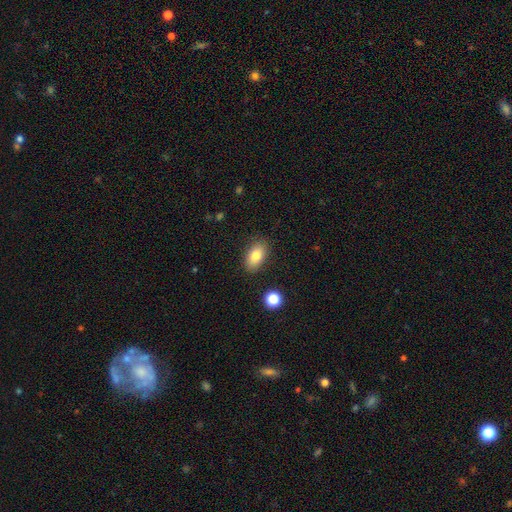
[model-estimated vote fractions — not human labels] A smooth galaxy with no disk features (82%) that is in between round and cigar-shaped (90%).

Vote fractions:
- Smooth or featured? smooth: 82% / featured or disk: 10% / star or artifact: 8%
- How rounded? in between: 90% / round: 7% / cigar-shaped: 3%
- Merging? none: 85% / minor disturbance: 10% / major disturbance: 3% / merger: 2%